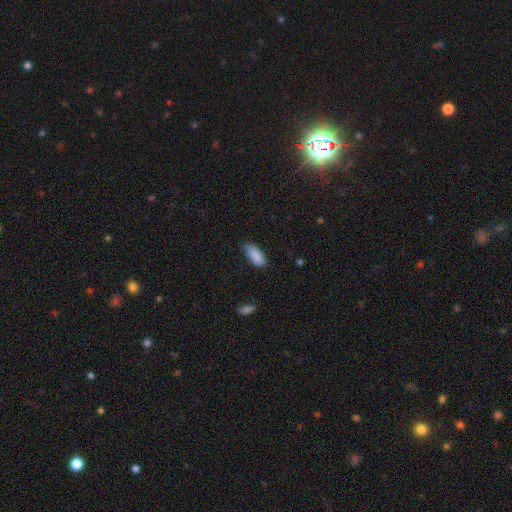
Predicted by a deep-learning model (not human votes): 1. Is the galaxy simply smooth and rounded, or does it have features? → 89% smooth, 7% star or artifact, 5% featured or disk.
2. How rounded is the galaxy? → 86% in between, 12% cigar-shaped, 2% round.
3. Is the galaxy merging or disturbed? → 73% none, 23% minor disturbance, 4% major disturbance, 1% merger.